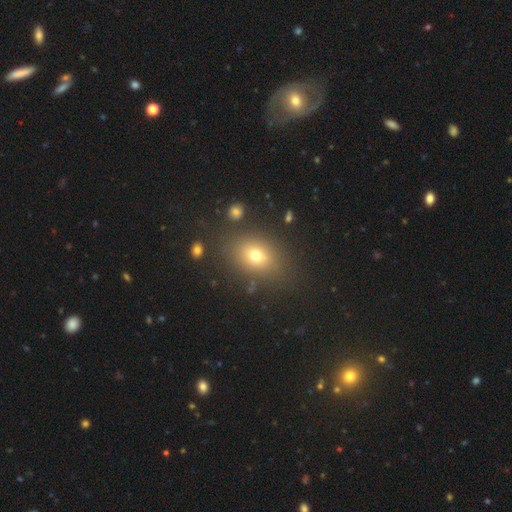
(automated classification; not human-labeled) This appears to be a smooth galaxy with no disk features (71%) that is in between round and cigar-shaped (61%). Merging: none (80%).